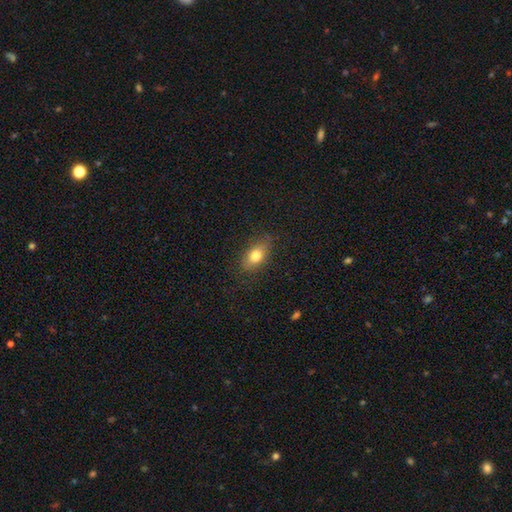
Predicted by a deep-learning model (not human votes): Morphology: type=smooth (79%); roundness=in between (84%); merging=none (81%).